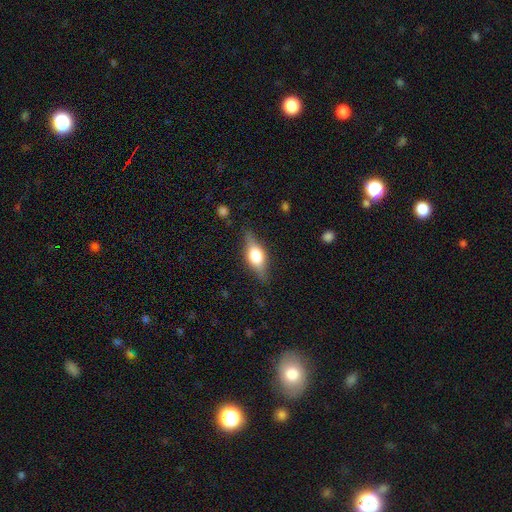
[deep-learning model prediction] The model was most divided on "smooth or featured": featured or disk: 50%, smooth: 42%, star or artifact: 8%. More confident: edge-on disk — yes (91%); merging — none (81%).